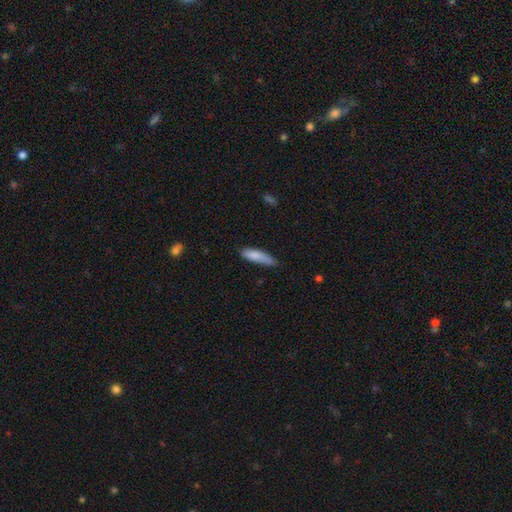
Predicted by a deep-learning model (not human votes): A smooth galaxy with no disk features (84%) that is cigar-shaped (66%). Merging: none (62%).